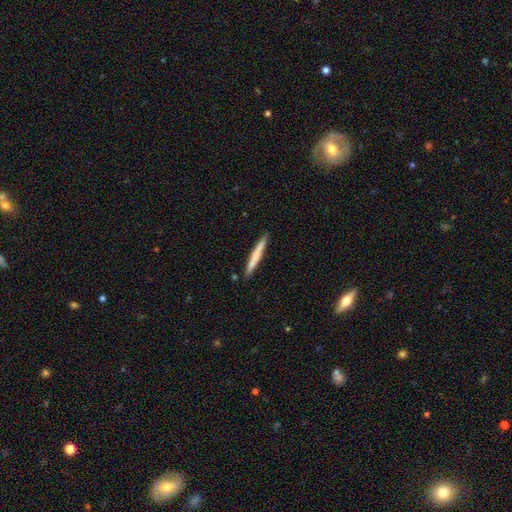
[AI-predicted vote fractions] A smooth galaxy with no disk features (68%) that is cigar-shaped (97%).

Vote fractions:
- Smooth or featured? smooth: 68% / featured or disk: 26% / star or artifact: 5%
- How rounded? cigar-shaped: 97% / in between: 2% / round: 1%
- Merging? none: 90% / minor disturbance: 7% / merger: 1% / major disturbance: 1%